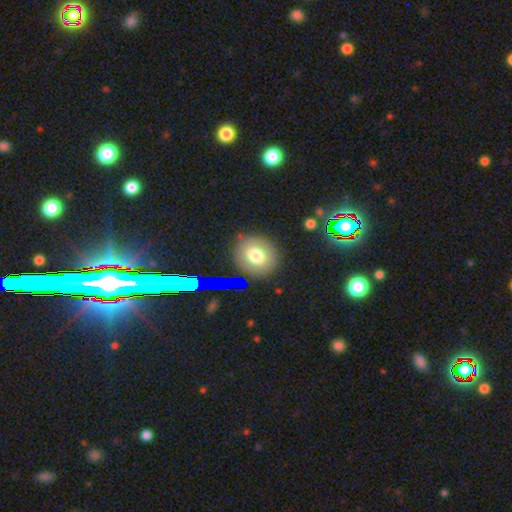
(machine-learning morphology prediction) A smooth galaxy with no disk features (71%) that is round (79%). Merging: none (83%).